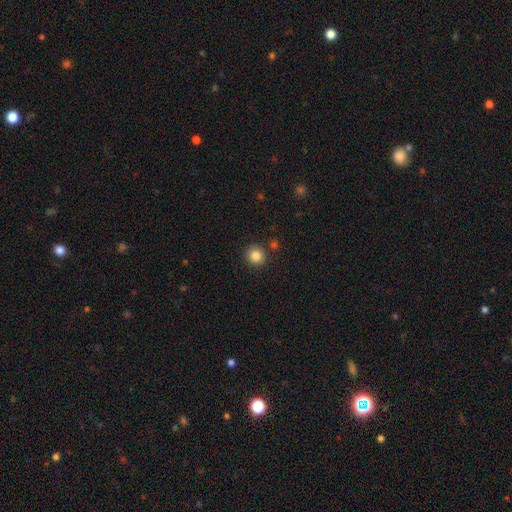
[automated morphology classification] This appears to be a smooth galaxy with no disk features (85%) that is round (90%). Merging: none (88%).